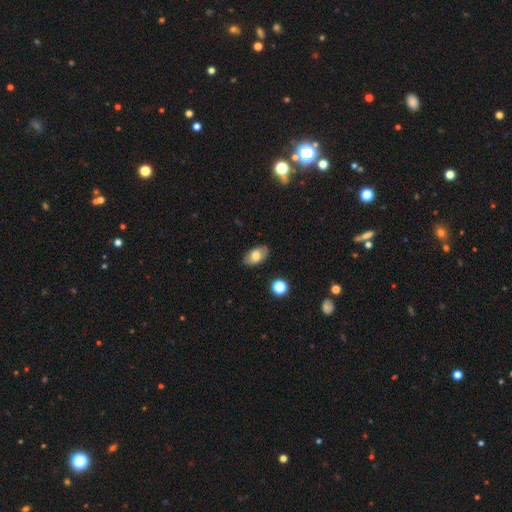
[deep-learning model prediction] Overall: smooth (72%). How rounded: in between (92%). Merging: none (84%).